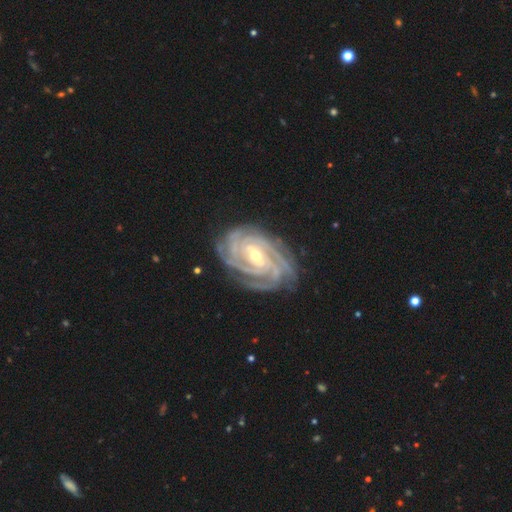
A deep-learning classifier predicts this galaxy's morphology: The model was most divided on "bulge size": moderate: 49%, small: 48%, large: 2%, none: 1%, dominant: 1%. Remaining: spiral arms — yes (99%); edge-on disk — no (97%); smooth or featured — featured or disk (93%); spiral winding — tight (81%); merging — none (79%); bar — weak (46%); spiral arm count — 4 (36%).